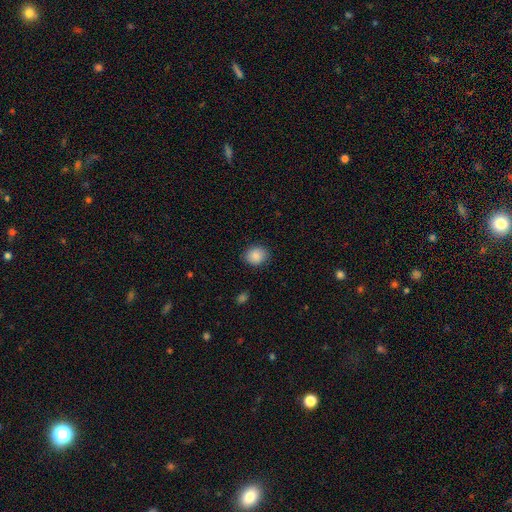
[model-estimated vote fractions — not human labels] Morphology: type=smooth (87%); roundness=round (64%); merging=none (86%).